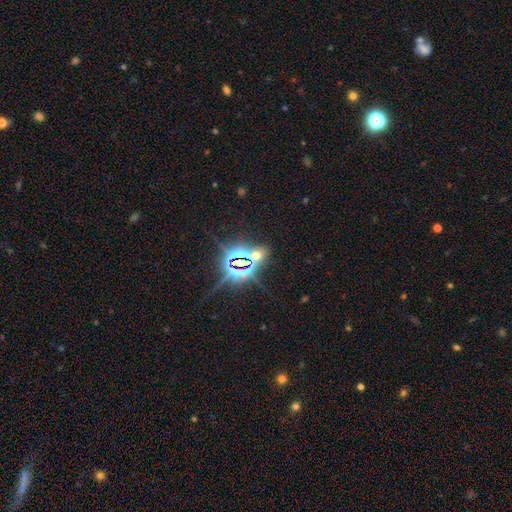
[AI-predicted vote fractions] Q: Smooth or featured?
A: star or artifact (66%); runner-up: smooth (24%)